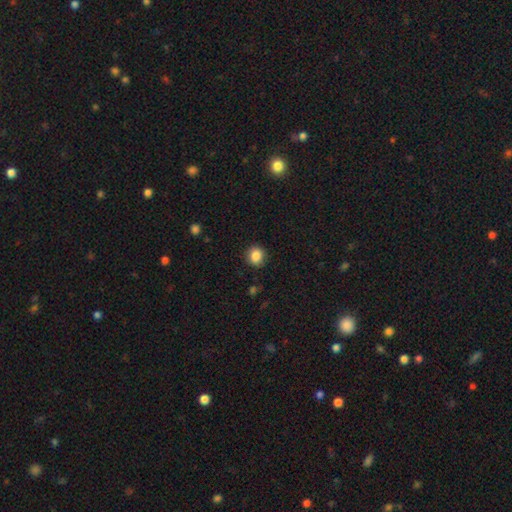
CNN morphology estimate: Smooth or featured? smooth (86%)
How rounded? round (81%)
Merging? none (88%)